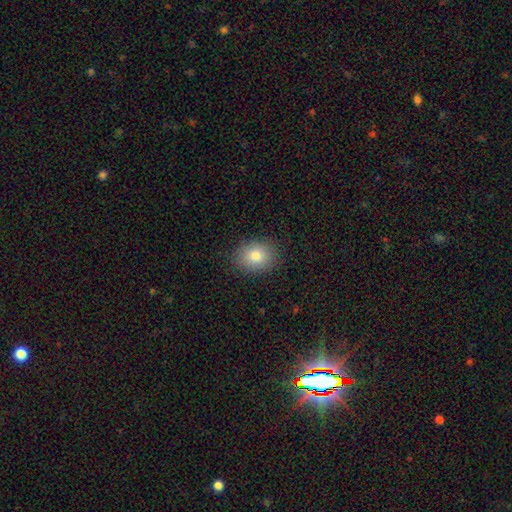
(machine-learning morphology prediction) This appears to be a smooth galaxy with no disk features (82%) that is in between round and cigar-shaped (50%). Merging: none (88%).